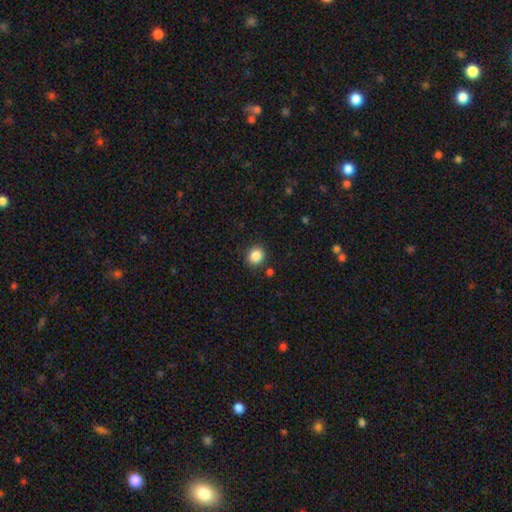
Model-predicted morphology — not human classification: Smooth or featured? smooth (87%)
How rounded? round (81%)
Merging? none (88%)